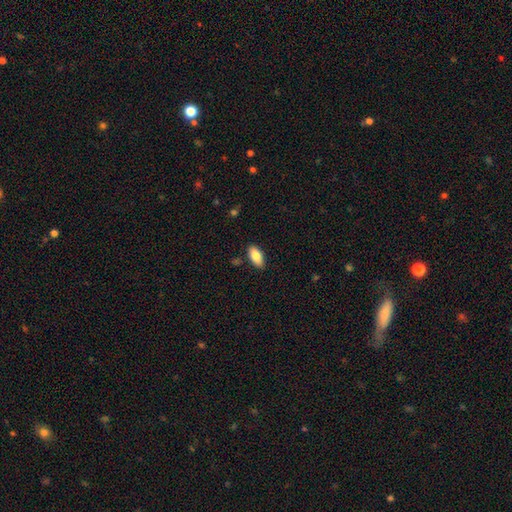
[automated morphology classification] smooth_or_featured: smooth (p=0.81) [alt: featured or disk p=0.12]
how_rounded: in between (p=0.90) [alt: cigar-shaped p=0.08]
merging: none (p=0.86) [alt: minor disturbance p=0.10]